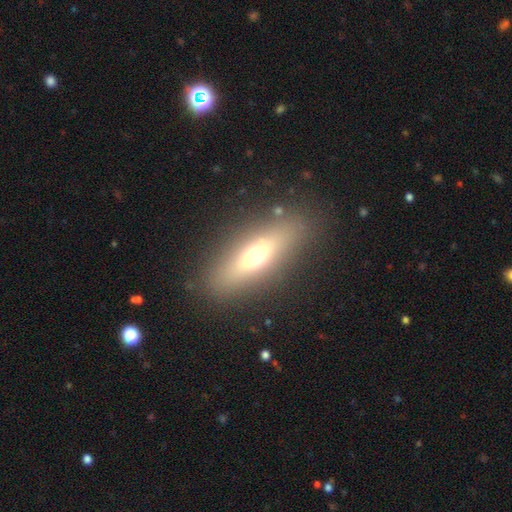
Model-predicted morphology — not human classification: Smooth or featured: smooth — 52% (featured or disk — 38%)
How rounded: cigar-shaped — 50% (in between — 46%)
Merging: none — 85% (minor disturbance — 9%)